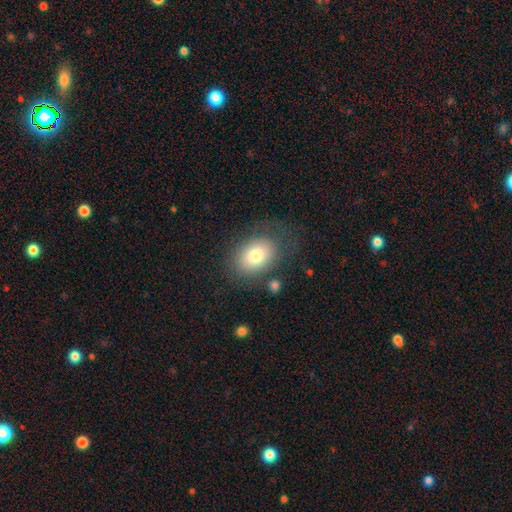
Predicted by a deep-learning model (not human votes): This is likely a smooth galaxy (77%). How rounded: likely in between (74%). Merging: likely none (69%).